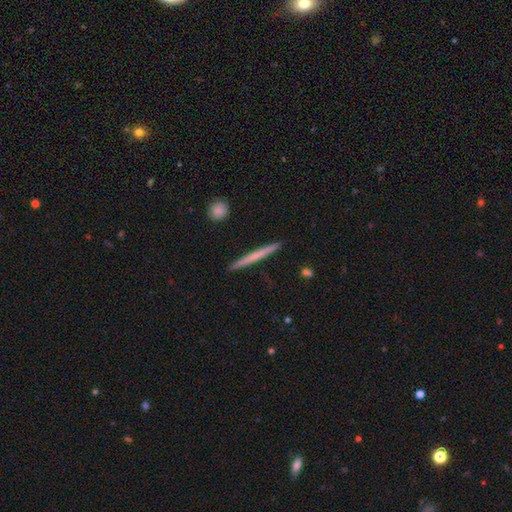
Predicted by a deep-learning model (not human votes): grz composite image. It shows a smooth galaxy with no disk features (52%) that is cigar-shaped (97%). Merging: none (93%).